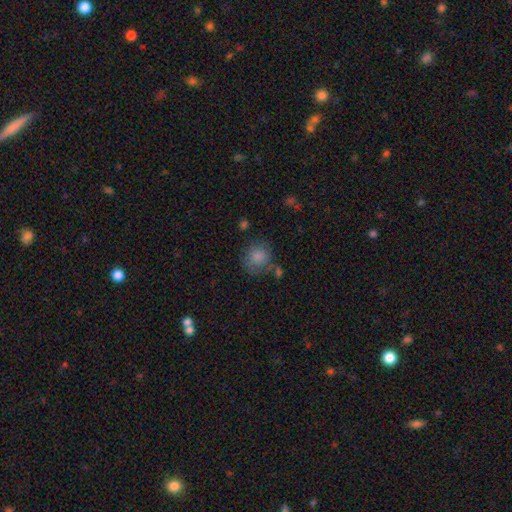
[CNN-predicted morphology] A smooth galaxy with no disk features (81%) that is round (82%).

Vote fractions:
- Smooth or featured? smooth: 81% / star or artifact: 10% / featured or disk: 9%
- How rounded? round: 82% / in between: 17% / cigar-shaped: 1%
- Merging? none: 64% / minor disturbance: 20% / merger: 8% / major disturbance: 8%